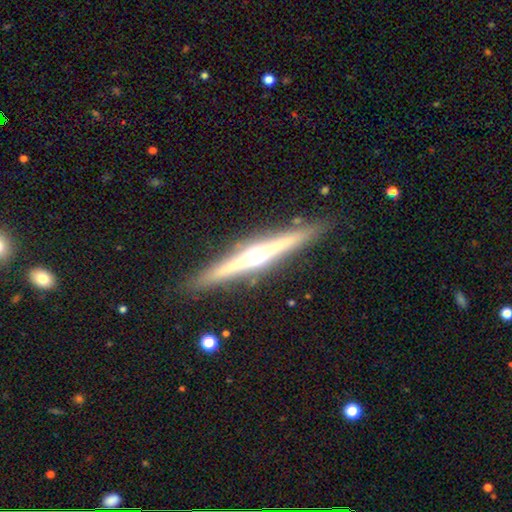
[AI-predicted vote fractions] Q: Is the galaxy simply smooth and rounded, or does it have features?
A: featured or disk — 80%.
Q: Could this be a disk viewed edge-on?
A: yes — 98%.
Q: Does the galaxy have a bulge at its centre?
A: rounded — 89%.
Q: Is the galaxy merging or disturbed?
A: none — 90%.